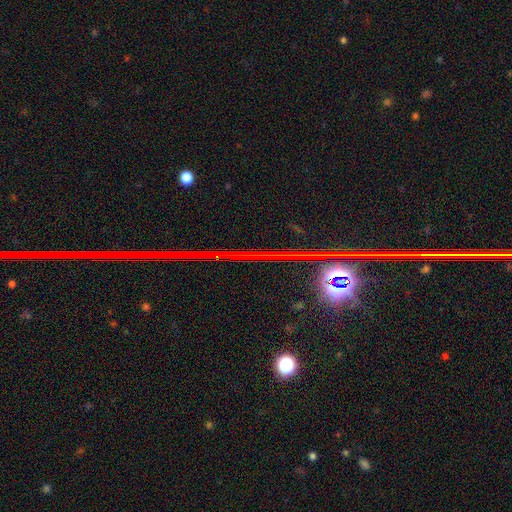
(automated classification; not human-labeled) Smooth or featured?
  - star or artifact: 80% *
  - featured or disk: 12%
  - smooth: 9%